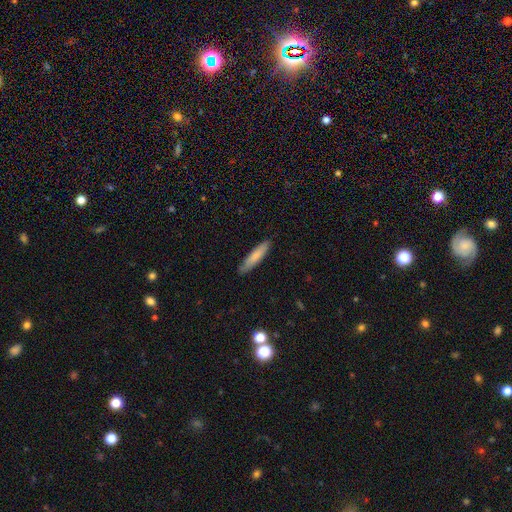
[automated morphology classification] type=smooth (78%); roundness=cigar-shaped (85%); merging=none (86%).